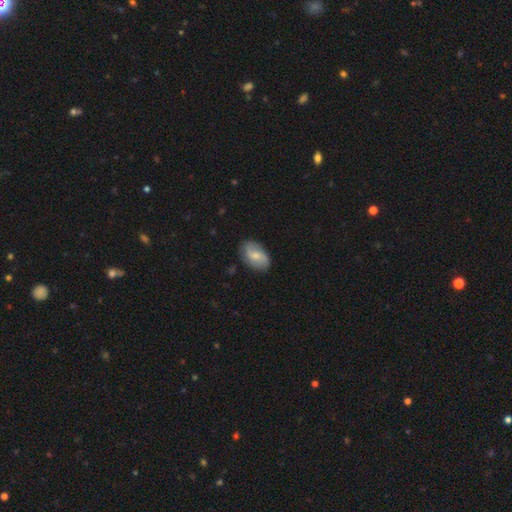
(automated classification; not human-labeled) Smooth or featured? featured or disk (48%)
Merging? none (80%)